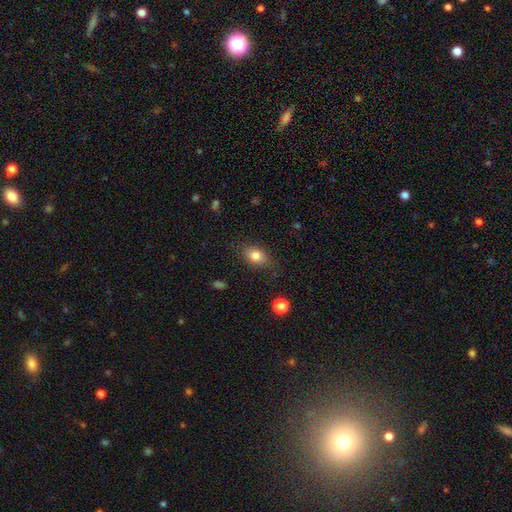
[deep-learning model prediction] Smooth or featured?
  - smooth: 81% *
  - featured or disk: 10%
  - star or artifact: 9%
How rounded?
  - in between: 74% *
  - round: 24%
  - cigar-shaped: 2%
Merging?
  - none: 77% *
  - minor disturbance: 16%
  - major disturbance: 5%
  - merger: 2%